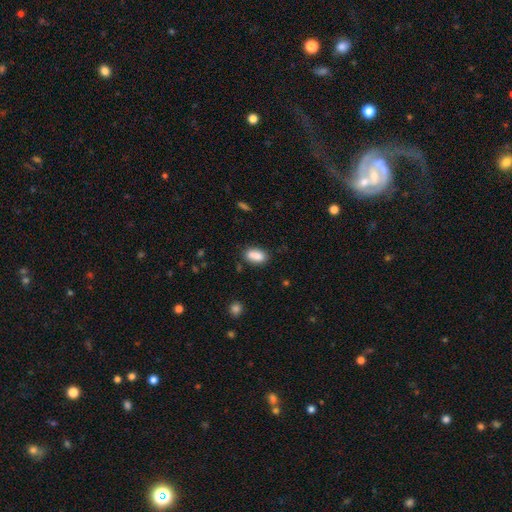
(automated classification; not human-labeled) This is clearly a smooth galaxy (85%). How rounded: clearly in between (88%). Merging: likely none (71%).